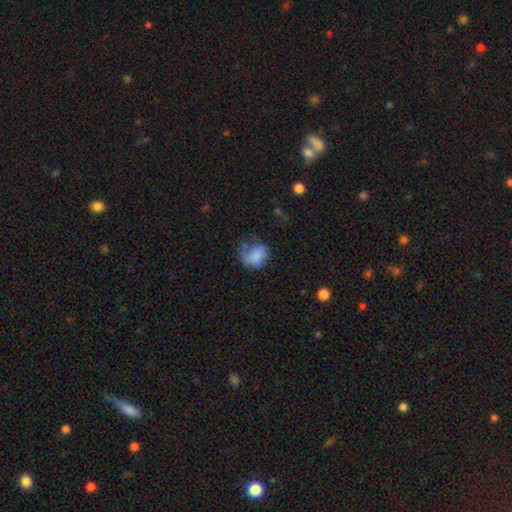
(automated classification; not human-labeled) smooth_or_featured: smooth (p=0.64) [alt: featured or disk p=0.27]
how_rounded: round (p=0.54) [alt: in between p=0.45]
merging: major disturbance (p=0.35) [alt: none p=0.34]